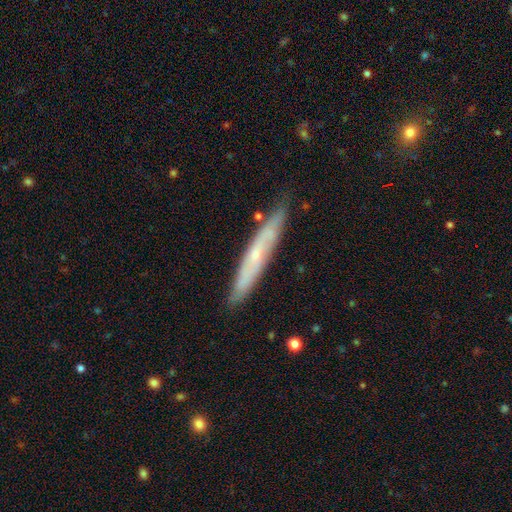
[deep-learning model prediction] smooth-or-featured: featured or disk: 59% | smooth: 34% | star or artifact: 7%
  disk-edge-on: yes: 73% | no: 27%
  merging: none: 80% | minor disturbance: 16% | major disturbance: 2% | merger: 2%